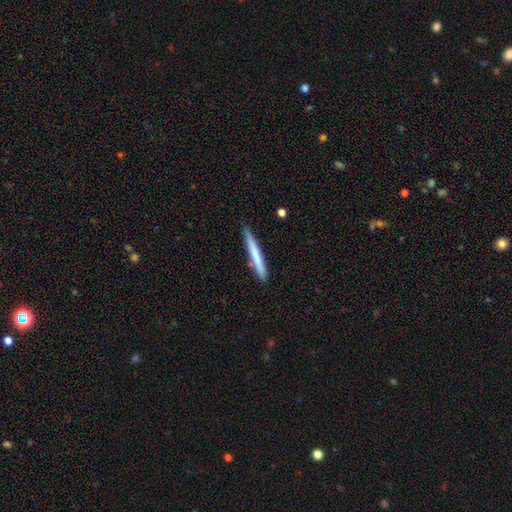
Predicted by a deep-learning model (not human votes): Morphology: type=smooth (67%); roundness=cigar-shaped (97%); merging=none (88%).